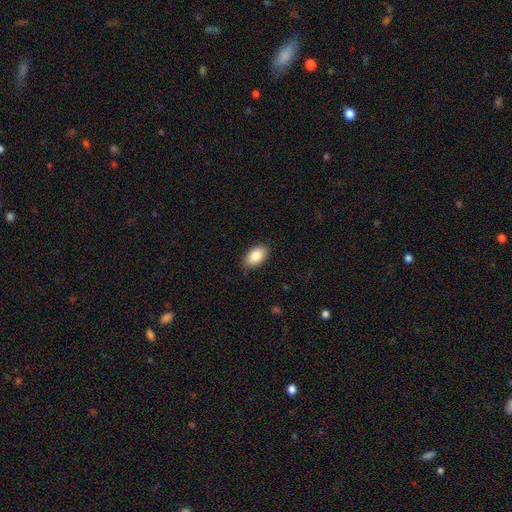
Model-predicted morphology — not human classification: smooth_or_featured: smooth (p=0.86) [alt: featured or disk p=0.07]
how_rounded: in between (p=0.94) [alt: round p=0.05]
merging: none (p=0.87) [alt: minor disturbance p=0.10]